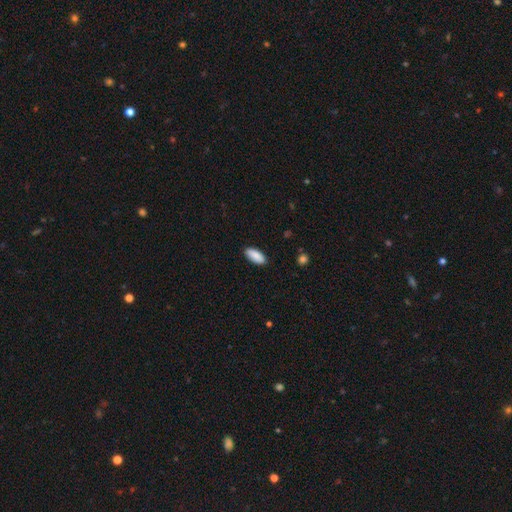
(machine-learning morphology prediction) Overall: smooth (89%). How rounded: in between (86%). Merging: none (88%).